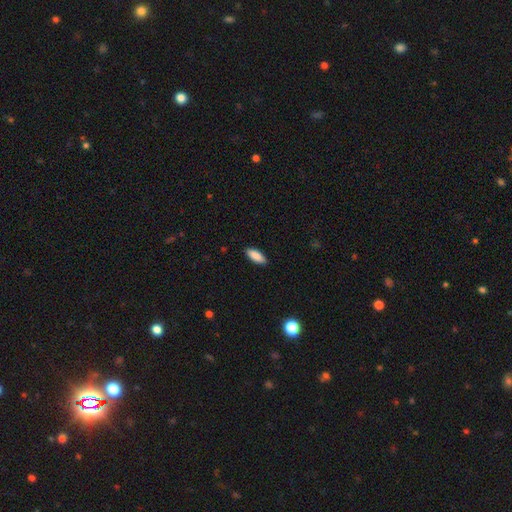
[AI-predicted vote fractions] This is clearly a smooth galaxy (88%). How rounded: likely in between (69%). Merging: clearly none (89%).